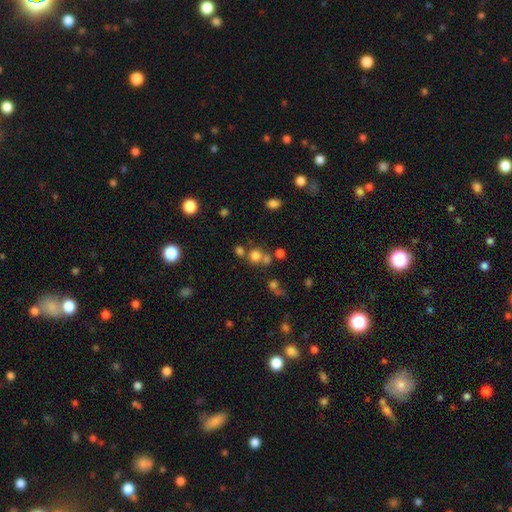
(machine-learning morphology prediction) A smooth galaxy with no disk features (72%) that is round (86%). Merging: none (58%).